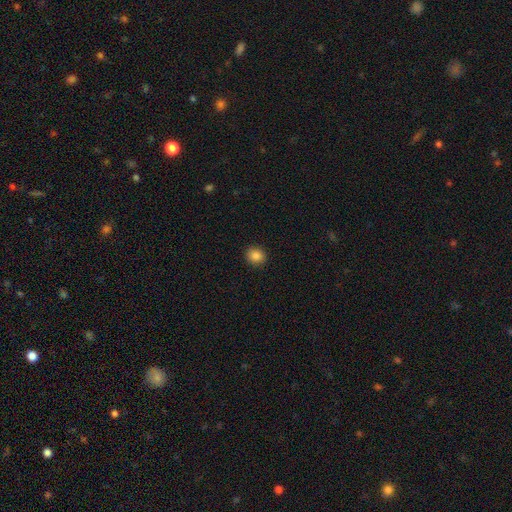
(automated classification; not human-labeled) Q: Smooth or featured?
A: smooth (85%); runner-up: star or artifact (11%)
Q: How rounded?
A: round (77%); runner-up: in between (22%)
Q: Merging?
A: none (91%); runner-up: minor disturbance (6%)